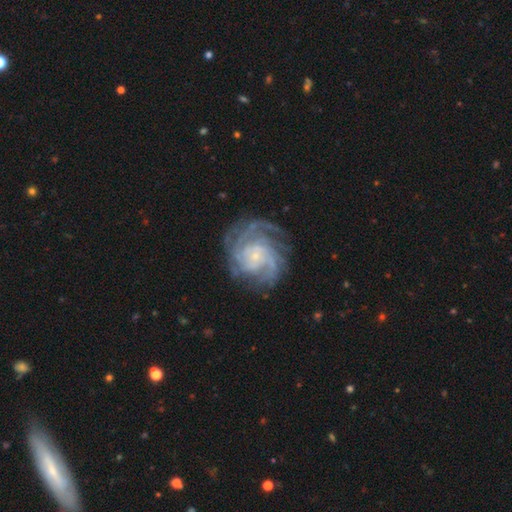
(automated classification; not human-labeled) featured or disk 88%, smooth 6%, star or artifact 6%. Down the decision tree: edge-on disk — no (98%); bar — no (73%); spiral arms — yes (97%); spiral arm count — 4 (28%); spiral winding — tight (62%); bulge size — small (81%); merging — none (72%).